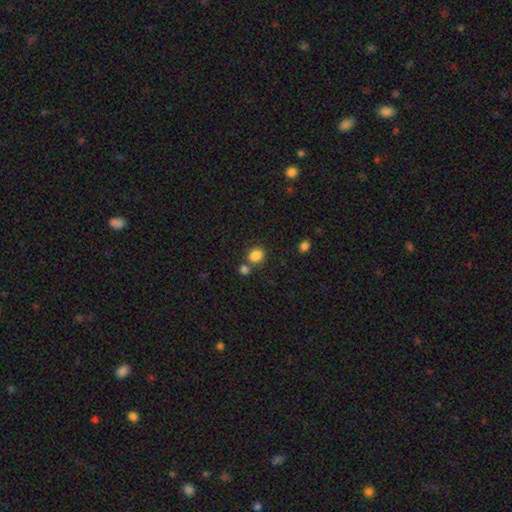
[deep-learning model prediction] smooth-or-featured: smooth: 85% | star or artifact: 11% | featured or disk: 5%
  how-rounded: round: 56% | in between: 43% | cigar-shaped: 1%
  merging: none: 62% | merger: 25% | minor disturbance: 10% | major disturbance: 4%